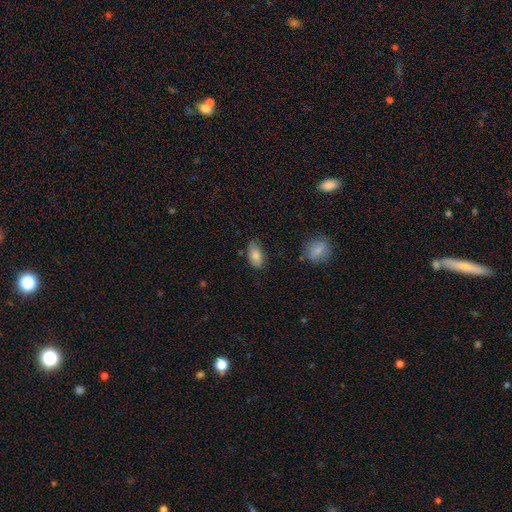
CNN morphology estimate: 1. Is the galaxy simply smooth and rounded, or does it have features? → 82% smooth, 11% featured or disk, 7% star or artifact.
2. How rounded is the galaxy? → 93% in between, 4% round, 3% cigar-shaped.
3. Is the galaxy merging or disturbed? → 69% none, 24% minor disturbance, 5% major disturbance, 3% merger.